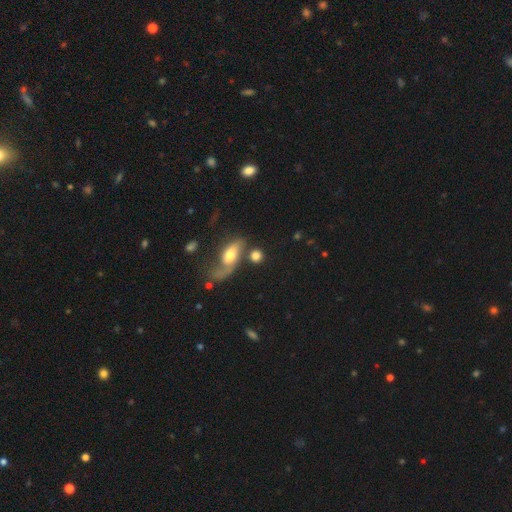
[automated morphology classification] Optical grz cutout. It shows a smooth galaxy with no disk features (74%) that is round (66%). Merging: none (52%).